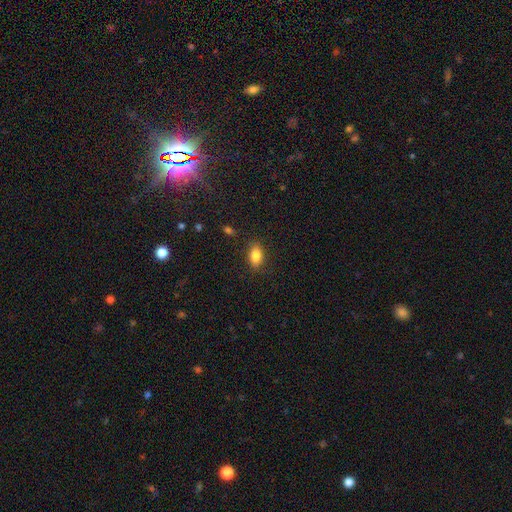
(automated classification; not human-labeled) Overall: smooth (83%). How rounded: in between (87%). Merging: none (84%).